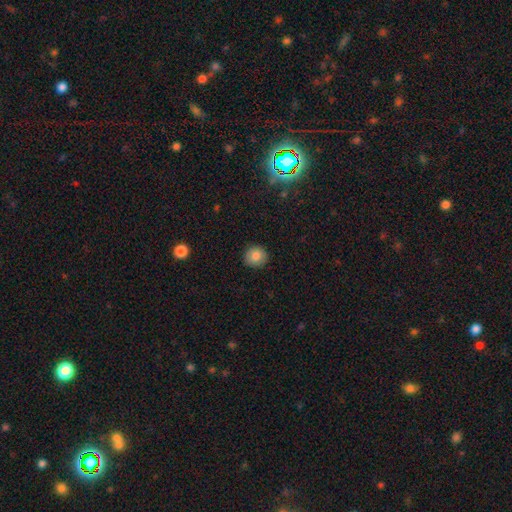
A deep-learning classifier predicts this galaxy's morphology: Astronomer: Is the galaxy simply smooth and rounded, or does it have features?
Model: smooth — 82%.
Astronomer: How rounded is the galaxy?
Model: round — 90%.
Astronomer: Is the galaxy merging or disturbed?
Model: none — 90%.